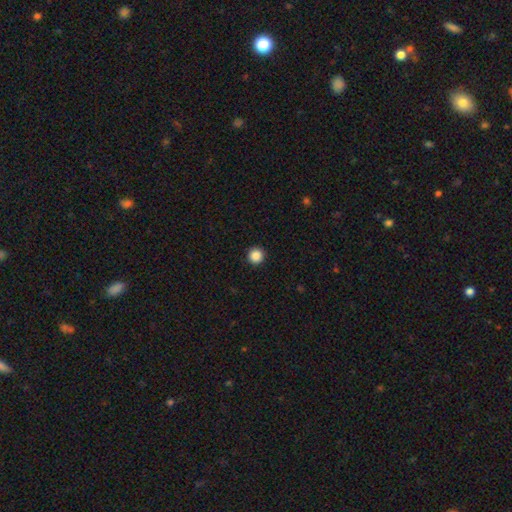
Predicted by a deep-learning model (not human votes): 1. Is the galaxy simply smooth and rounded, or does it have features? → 87% smooth, 10% star or artifact, 3% featured or disk.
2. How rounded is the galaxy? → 96% round, 3% in between, 1% cigar-shaped.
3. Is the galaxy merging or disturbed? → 93% none, 4% minor disturbance, 1% major disturbance, 1% merger.